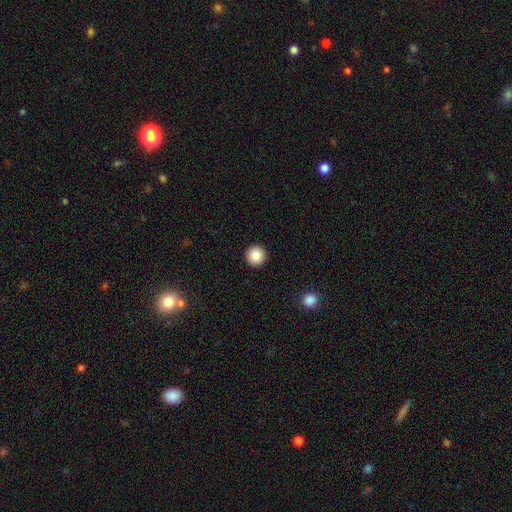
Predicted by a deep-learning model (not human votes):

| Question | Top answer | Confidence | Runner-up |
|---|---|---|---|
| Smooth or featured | smooth | 86% | star or artifact (9%) |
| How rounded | round | 96% | in between (3%) |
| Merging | none | 94% | minor disturbance (4%) |